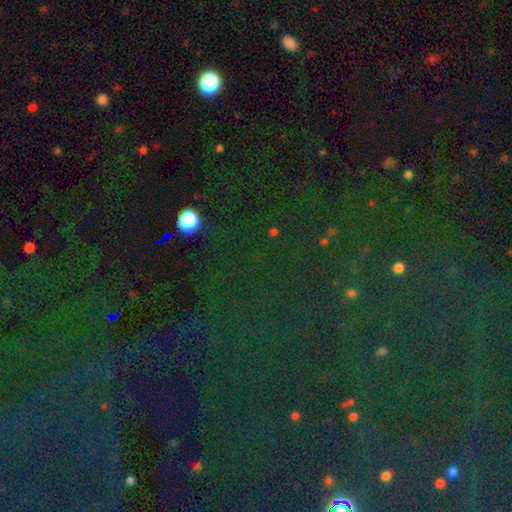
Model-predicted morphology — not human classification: This appears to be a star or artifact, not a galaxy (83%).